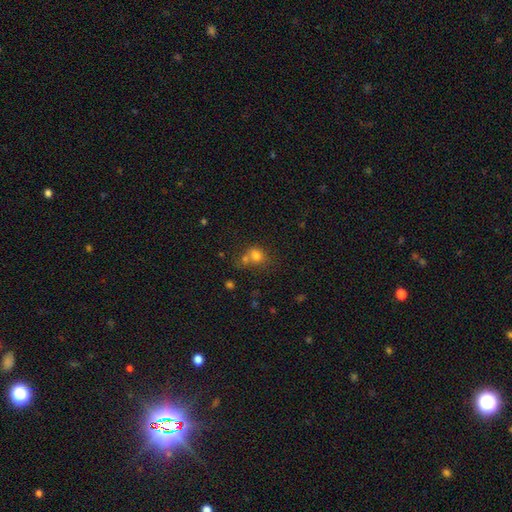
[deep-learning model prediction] Smooth or featured?
  - smooth: 73% *
  - star or artifact: 15%
  - featured or disk: 12%
How rounded?
  - round: 61% *
  - in between: 38%
  - cigar-shaped: 1%
Merging?
  - merger: 45% *
  - none: 36%
  - minor disturbance: 12%
  - major disturbance: 6%